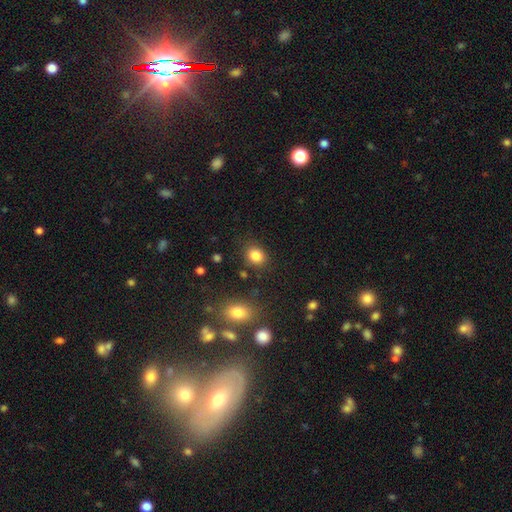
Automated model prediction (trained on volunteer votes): Q: Smooth or featured?
A: smooth (85%); runner-up: star or artifact (10%)
Q: How rounded?
A: in between (51%); runner-up: round (48%)
Q: Merging?
A: none (82%); runner-up: minor disturbance (11%)